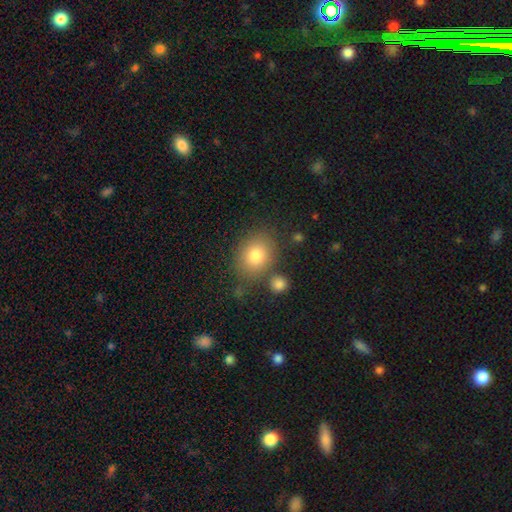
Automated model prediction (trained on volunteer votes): Q: Smooth or featured?
A: smooth (79%); runner-up: featured or disk (11%)
Q: How rounded?
A: round (53%); runner-up: in between (46%)
Q: Merging?
A: none (70%); runner-up: minor disturbance (14%)